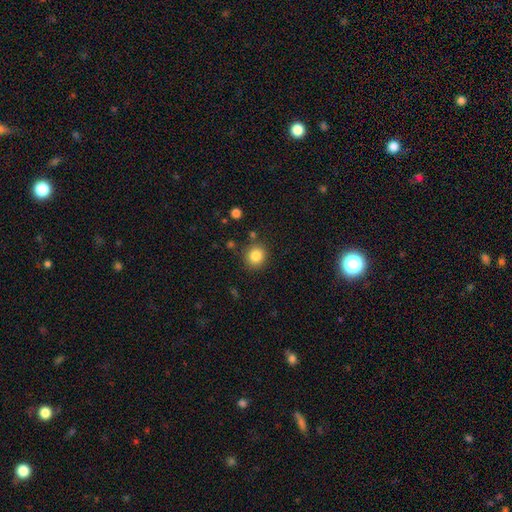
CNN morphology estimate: Q: Smooth or featured?
A: smooth (84%); runner-up: star or artifact (10%)
Q: How rounded?
A: round (85%); runner-up: in between (14%)
Q: Merging?
A: none (86%); runner-up: minor disturbance (8%)